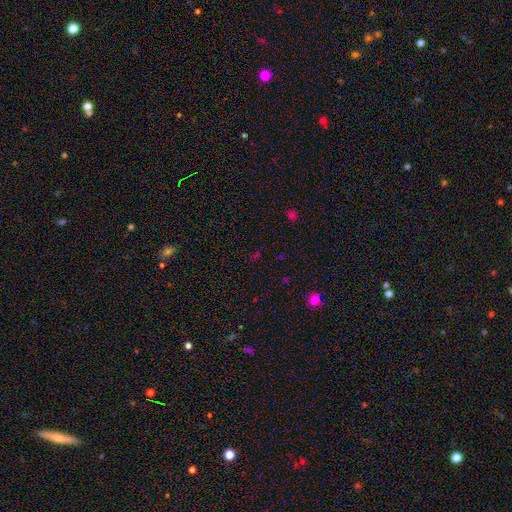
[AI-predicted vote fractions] Overall: star or artifact (61%; smooth 32%).